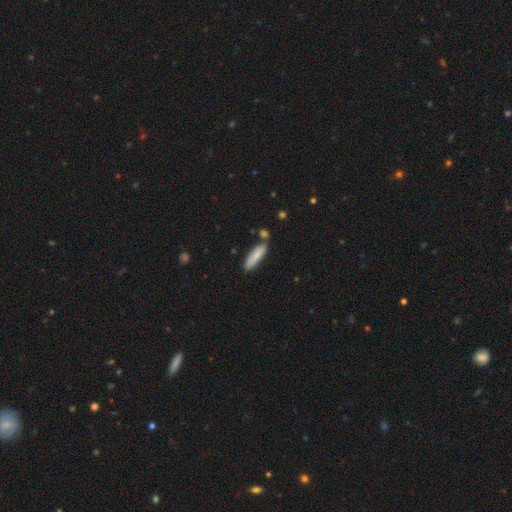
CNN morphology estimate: This appears to be a smooth galaxy with no disk features (81%) that is cigar-shaped (65%). Merging: none (74%).